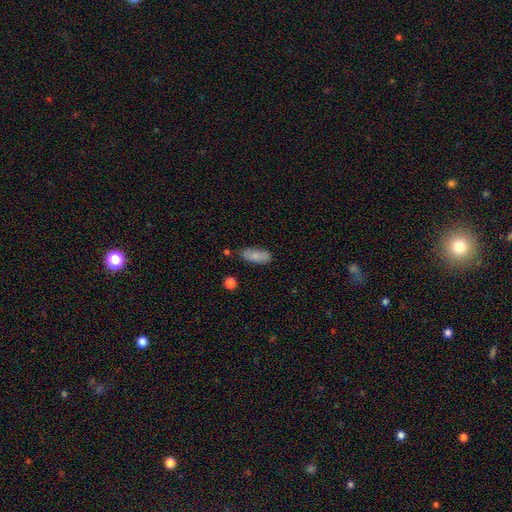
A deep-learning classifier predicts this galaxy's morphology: This is likely a smooth galaxy (77%). How rounded: clearly in between (81%). Merging: likely none (72%).